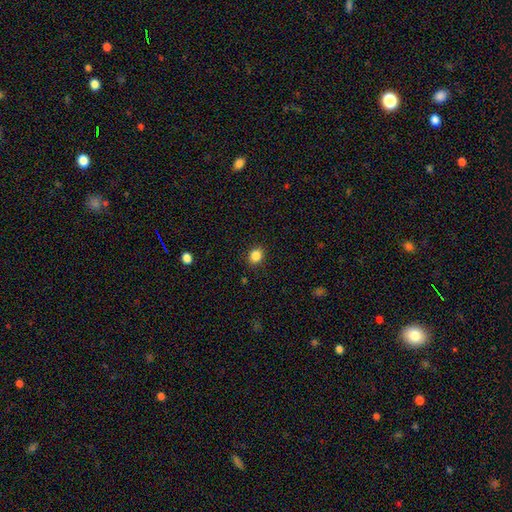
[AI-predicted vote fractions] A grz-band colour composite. It shows a smooth galaxy with no disk features (86%) that is round (61%). Merging: none (89%).